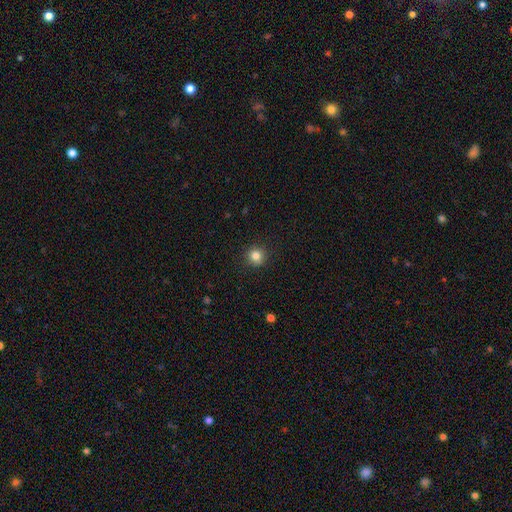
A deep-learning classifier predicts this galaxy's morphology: Overall: smooth (82%). How rounded: round (94%). Merging: none (92%).